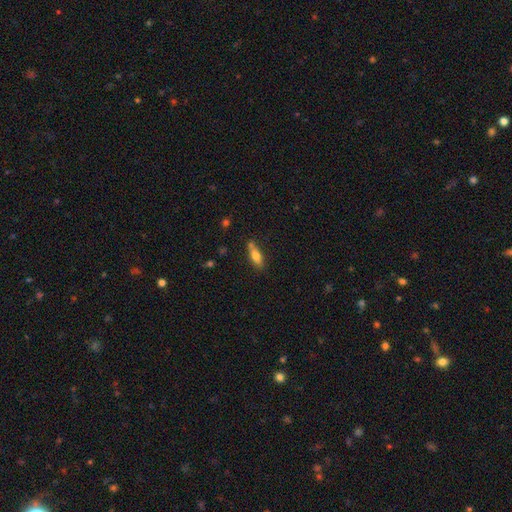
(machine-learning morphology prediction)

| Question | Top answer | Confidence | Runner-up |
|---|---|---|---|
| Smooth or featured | smooth | 74% | featured or disk (19%) |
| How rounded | in between | 60% | cigar-shaped (38%) |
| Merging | none | 65% | minor disturbance (19%) |